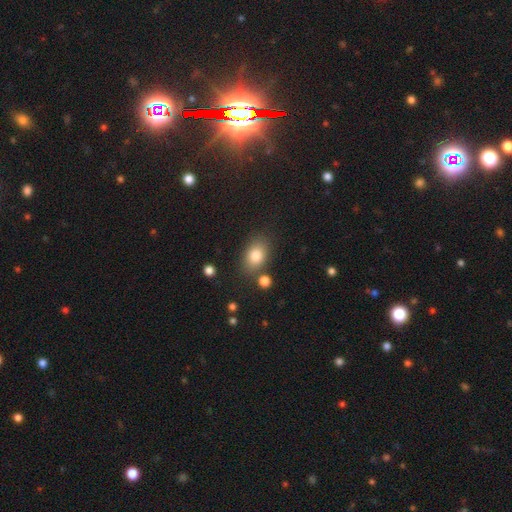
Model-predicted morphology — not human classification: Smooth or featured? Predicted: smooth (p=0.82). How rounded? Predicted: in between (p=0.77). Merging? Predicted: none (p=0.76).